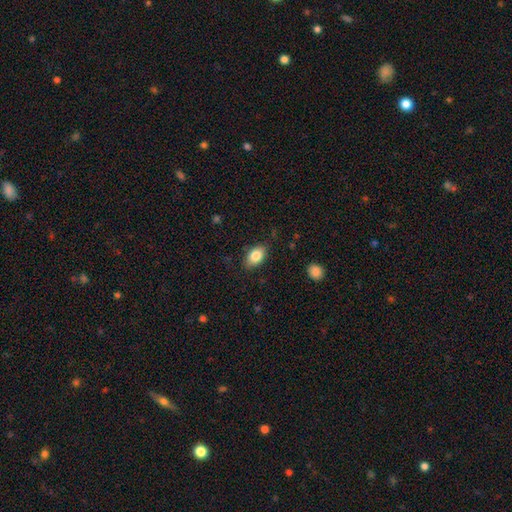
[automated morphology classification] Q: Smooth or featured?
A: smooth (84%); runner-up: featured or disk (8%)
Q: How rounded?
A: in between (89%); runner-up: round (10%)
Q: Merging?
A: none (83%); runner-up: minor disturbance (13%)